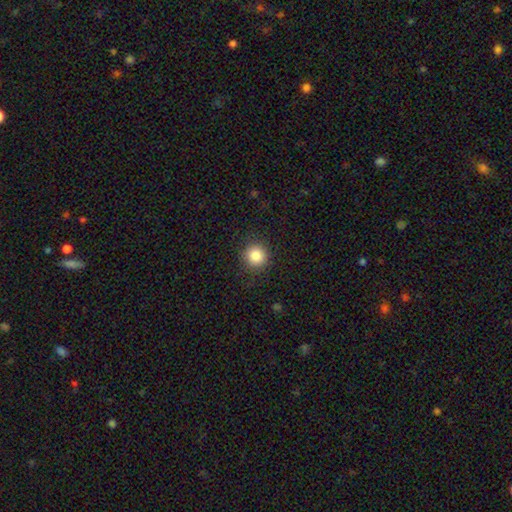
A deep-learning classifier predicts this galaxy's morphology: smooth_or_featured: smooth (p=0.86) [alt: star or artifact p=0.10]
how_rounded: round (p=0.94) [alt: in between p=0.05]
merging: none (p=0.89) [alt: minor disturbance p=0.07]